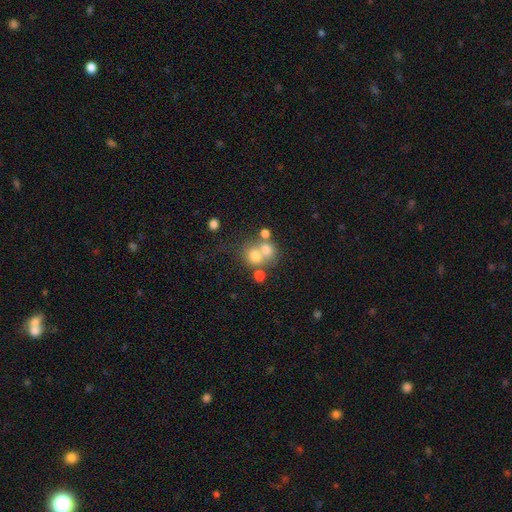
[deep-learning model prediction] A smooth galaxy with no disk features (67%) that is round (76%). Merging: merger (50%).